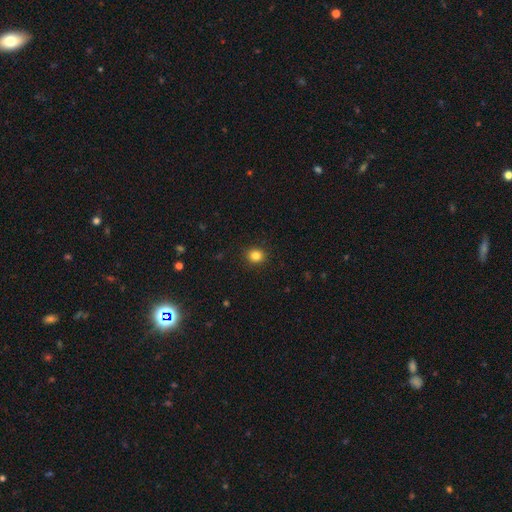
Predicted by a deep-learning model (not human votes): Smooth or featured? Predicted: smooth (p=0.84). How rounded? Predicted: round (p=0.80). Merging? Predicted: none (p=0.91).